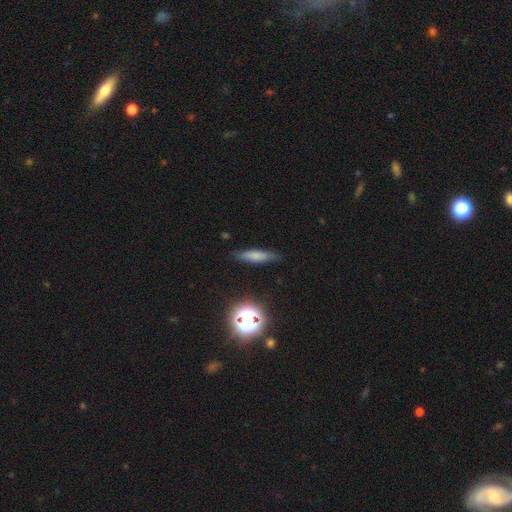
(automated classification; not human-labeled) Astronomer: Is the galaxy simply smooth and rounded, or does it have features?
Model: smooth — 66%.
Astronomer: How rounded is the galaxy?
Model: cigar-shaped — 75%.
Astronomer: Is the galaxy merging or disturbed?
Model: none — 83%.